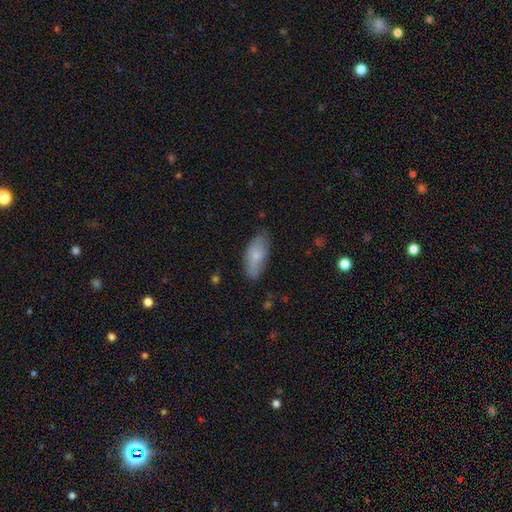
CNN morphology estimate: This appears to be a smooth galaxy with no disk features (70%) that is in between round and cigar-shaped (86%). Merging: none (69%).